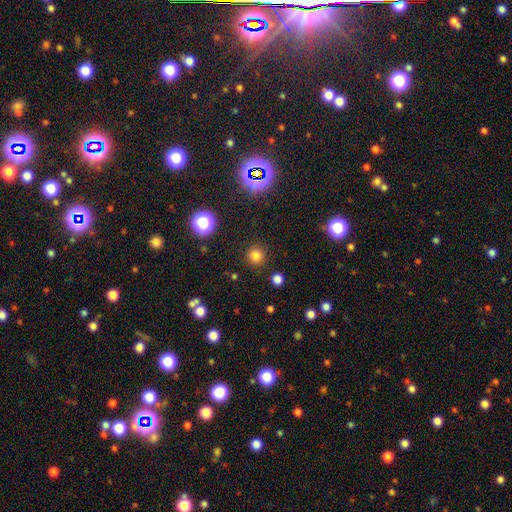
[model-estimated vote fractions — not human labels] Q: Smooth or featured?
A: smooth (78%); runner-up: star or artifact (17%)
Q: How rounded?
A: round (94%); runner-up: in between (5%)
Q: Merging?
A: none (90%); runner-up: minor disturbance (6%)